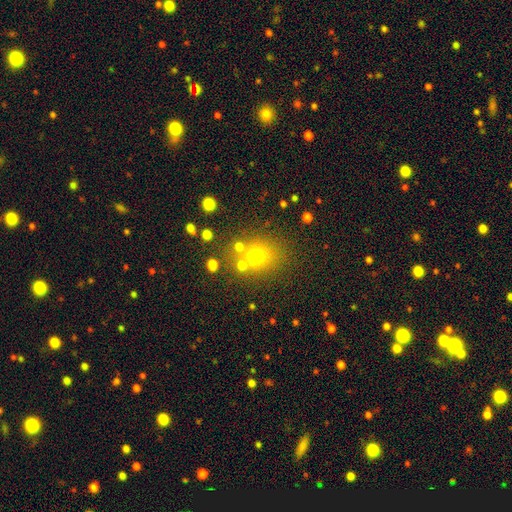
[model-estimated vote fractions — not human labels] smooth-or-featured: smooth: 63% | star or artifact: 22% | featured or disk: 15%
  how-rounded: round: 71% | in between: 27% | cigar-shaped: 1%
  merging: none: 63% | merger: 19% | minor disturbance: 12% | major disturbance: 6%